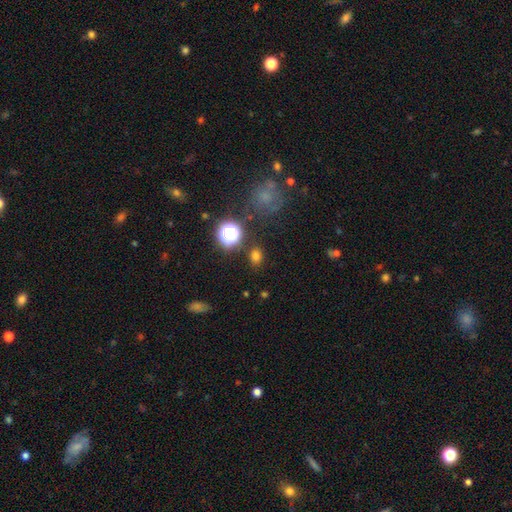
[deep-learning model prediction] Overall: smooth (71%). How rounded: round (52%; in between 46%). Merging: none (83%).